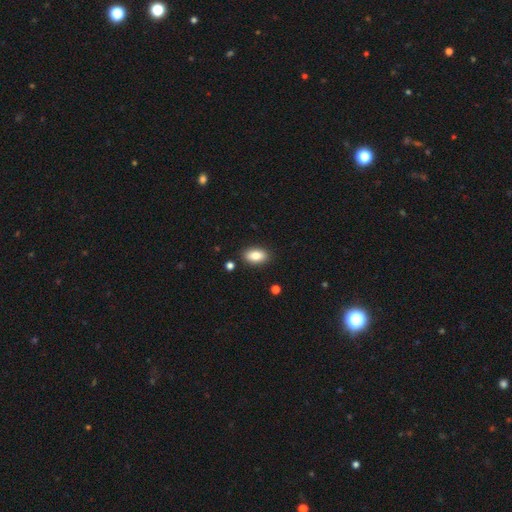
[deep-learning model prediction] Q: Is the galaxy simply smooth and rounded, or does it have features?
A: smooth — 83%.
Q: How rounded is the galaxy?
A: in between — 91%.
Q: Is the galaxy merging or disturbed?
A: none — 88%.